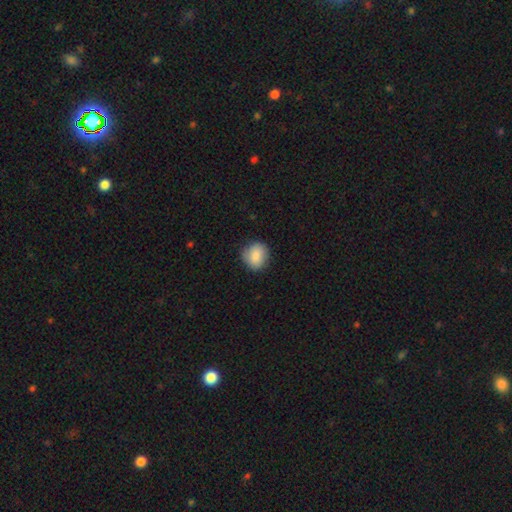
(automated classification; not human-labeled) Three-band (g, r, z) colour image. It shows a smooth galaxy with no disk features (85%) that is round (80%). Merging: none (82%).